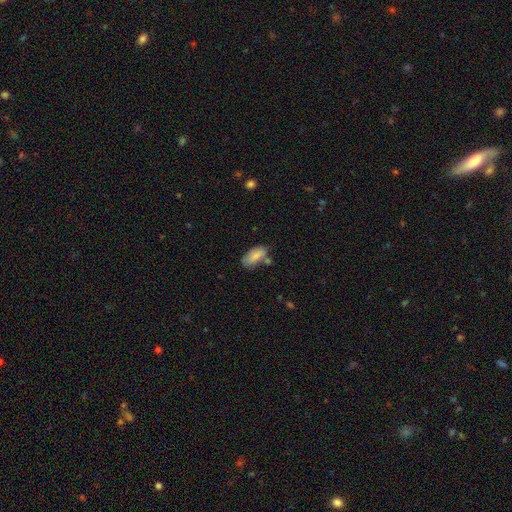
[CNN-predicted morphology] A smooth galaxy with no disk features (82%) that is in between round and cigar-shaped (88%).

Vote fractions:
- Smooth or featured? smooth: 82% / featured or disk: 10% / star or artifact: 7%
- How rounded? in between: 88% / cigar-shaped: 9% / round: 3%
- Merging? none: 55% / minor disturbance: 25% / merger: 14% / major disturbance: 6%